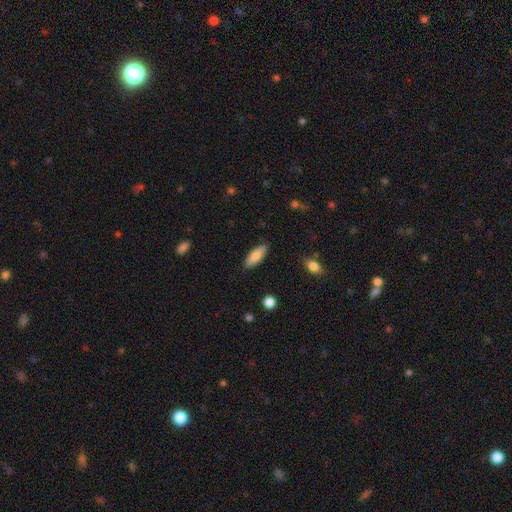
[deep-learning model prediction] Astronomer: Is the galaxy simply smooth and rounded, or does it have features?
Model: smooth — 79%.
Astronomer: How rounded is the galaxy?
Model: in between — 66%.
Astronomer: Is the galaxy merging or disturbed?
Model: none — 87%.